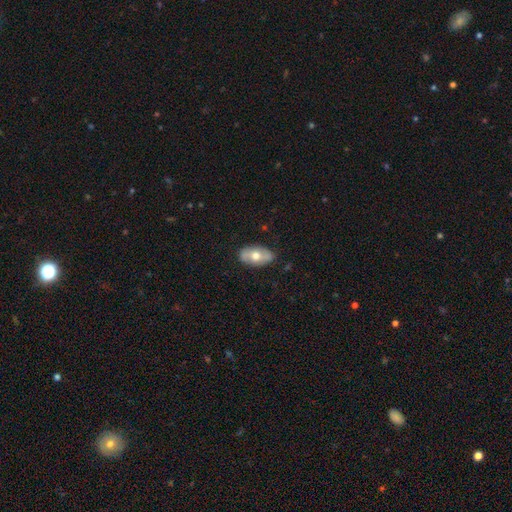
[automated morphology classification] A smooth galaxy with no disk features (55%) that is in between round and cigar-shaped (91%).

Vote fractions:
- Smooth or featured? smooth: 55% / featured or disk: 39% / star or artifact: 6%
- How rounded? in between: 91% / round: 6% / cigar-shaped: 3%
- Merging? none: 80% / minor disturbance: 16% / major disturbance: 3% / merger: 1%